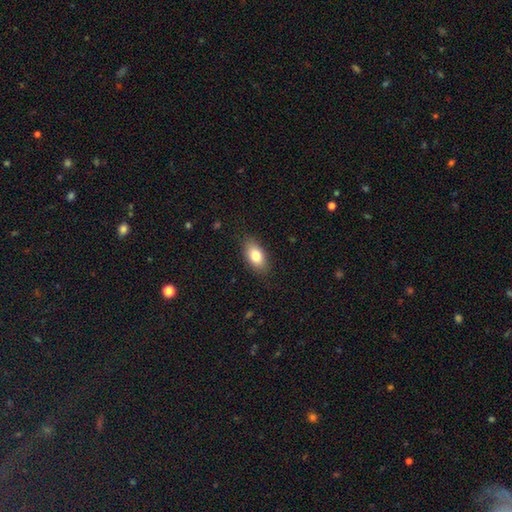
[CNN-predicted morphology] A smooth galaxy with no disk features (80%) that is in between round and cigar-shaped (89%).

Vote fractions:
- Smooth or featured? smooth: 80% / featured or disk: 13% / star or artifact: 8%
- How rounded? in between: 89% / round: 7% / cigar-shaped: 4%
- Merging? none: 85% / minor disturbance: 12% / major disturbance: 3% / merger: 1%